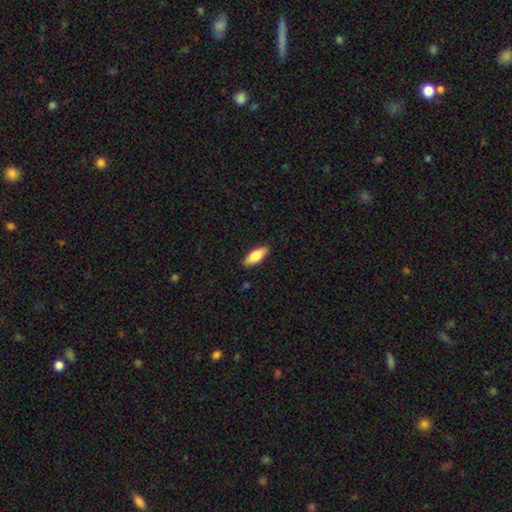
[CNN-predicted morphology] This is likely a smooth galaxy (77%). How rounded: likely in between (74%). Merging: clearly none (87%).